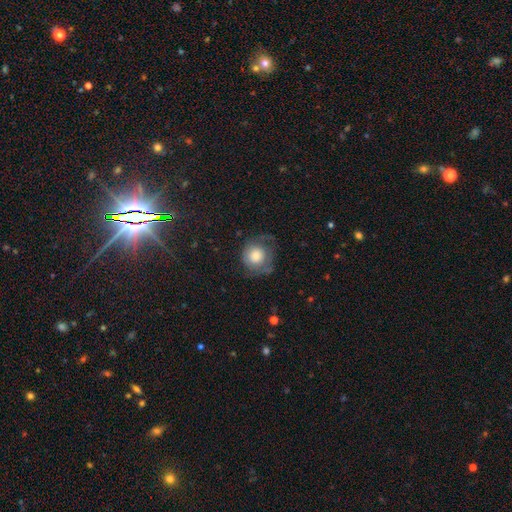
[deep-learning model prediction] Morphology: type=smooth (60%); roundness=round (87%); merging=none (50%).